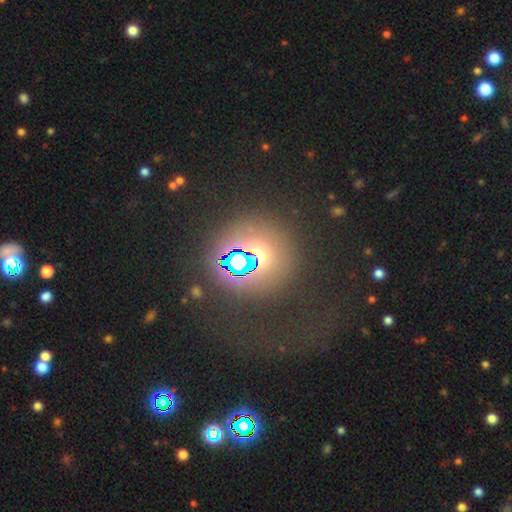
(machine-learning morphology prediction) Smooth or featured? star or artifact (61%)